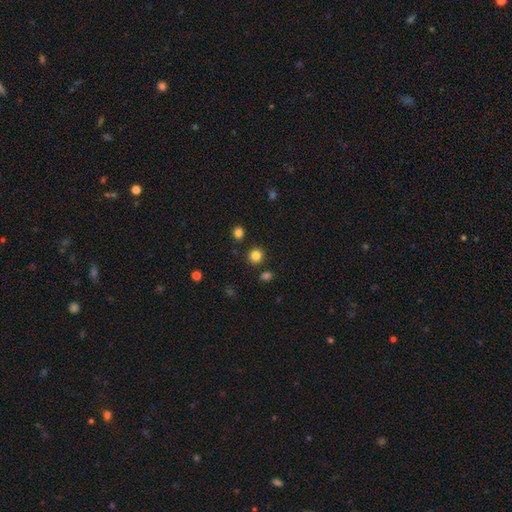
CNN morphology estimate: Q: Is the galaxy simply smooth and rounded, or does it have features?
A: smooth — 82%.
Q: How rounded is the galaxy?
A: round — 90%.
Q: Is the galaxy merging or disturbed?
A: none — 89%.